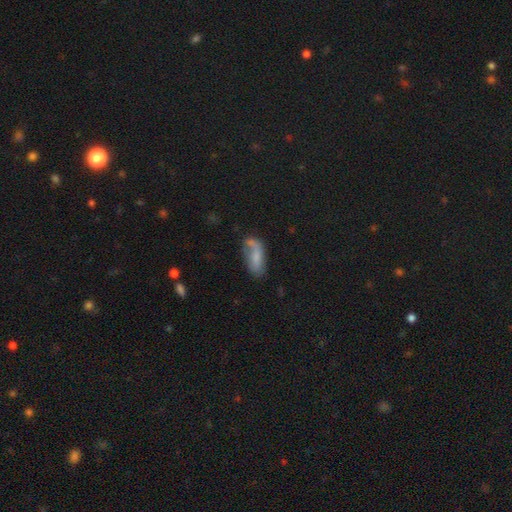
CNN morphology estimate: smooth 60%, featured or disk 31%, star or artifact 9%. Down the decision tree: how rounded — in between (79%); merging — none (47%).